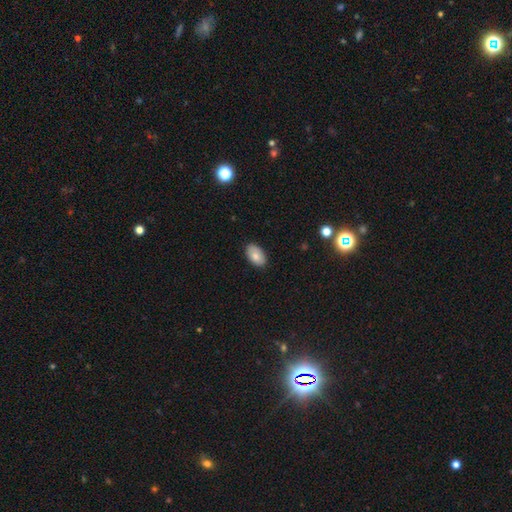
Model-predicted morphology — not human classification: smooth_or_featured: smooth (p=0.82) [alt: featured or disk p=0.11]
how_rounded: in between (p=0.93) [alt: round p=0.06]
merging: none (p=0.85) [alt: minor disturbance p=0.12]